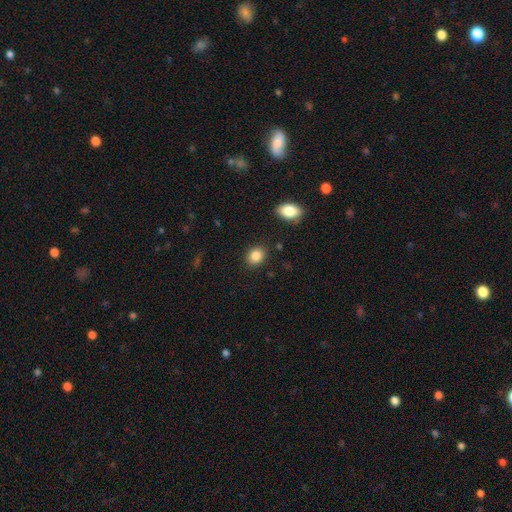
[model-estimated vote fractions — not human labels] smooth 86%, star or artifact 9%, featured or disk 5%. Down the decision tree: how rounded — in between (56%); merging — none (87%).